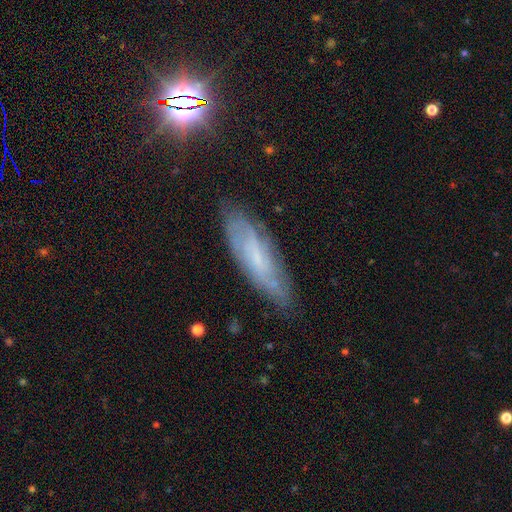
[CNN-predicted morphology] A featured or disk galaxy (56%). Merging: none (76%).